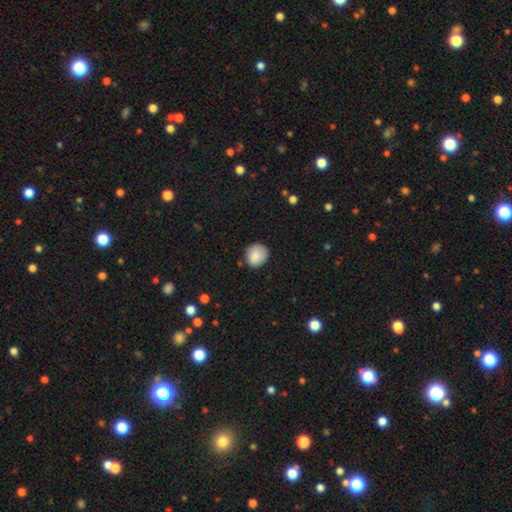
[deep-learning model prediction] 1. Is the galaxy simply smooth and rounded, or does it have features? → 86% smooth, 8% star or artifact, 6% featured or disk.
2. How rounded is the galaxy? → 79% round, 20% in between, 1% cigar-shaped.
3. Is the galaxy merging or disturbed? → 79% none, 16% minor disturbance, 3% major disturbance, 2% merger.